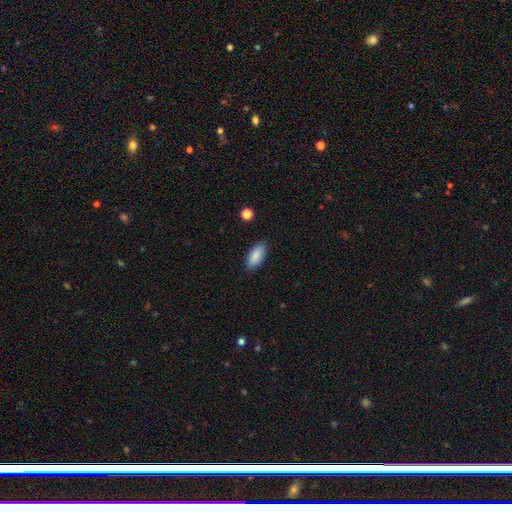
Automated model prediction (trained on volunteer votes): This appears to be a smooth galaxy with no disk features (88%) that is in between round and cigar-shaped (89%). Merging: none (87%).